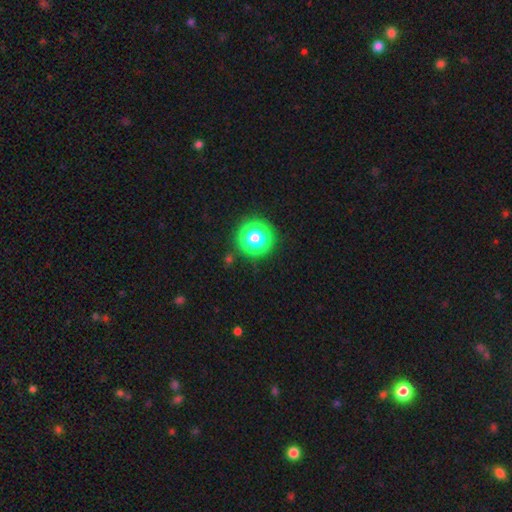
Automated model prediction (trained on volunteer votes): Morphology: type=star or artifact (67%).